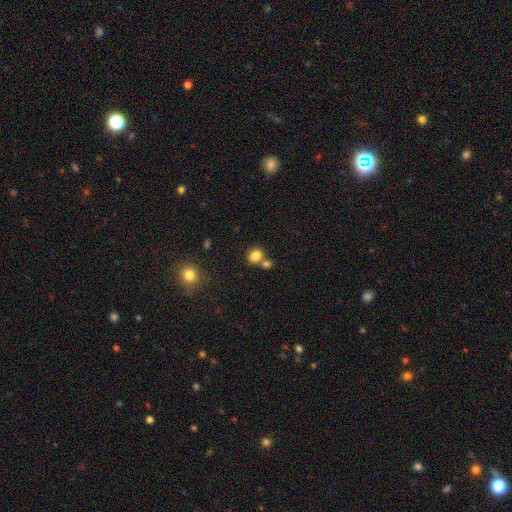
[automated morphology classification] type=smooth (82%); roundness=round (61%); merging=none (51%).